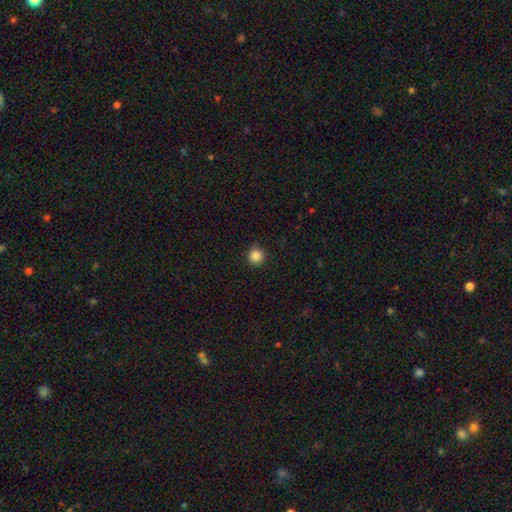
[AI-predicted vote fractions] Smooth or featured: smooth — 85% (star or artifact — 11%)
How rounded: round — 95% (in between — 5%)
Merging: none — 89% (minor disturbance — 8%)